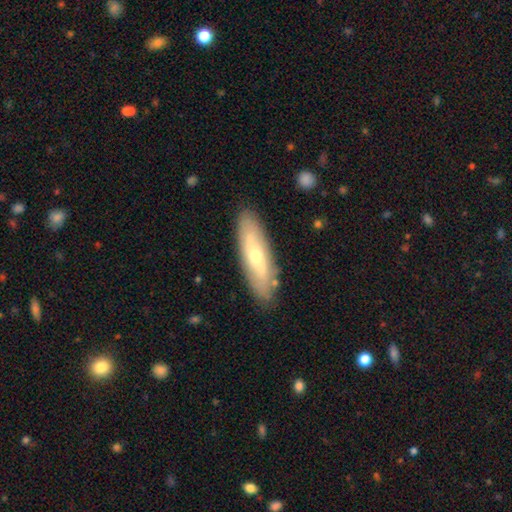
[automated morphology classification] Smooth or featured? featured or disk (51%)
Edge-on disk? no (63%)
Merging? none (85%)